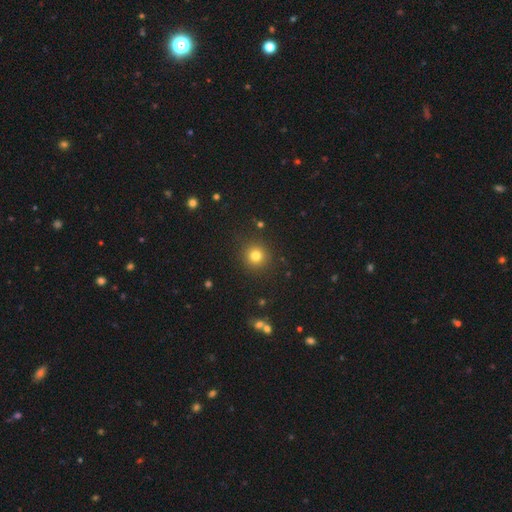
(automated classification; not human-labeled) Smooth or featured? Predicted: smooth (p=0.79). How rounded? Predicted: round (p=0.93). Merging? Predicted: none (p=0.90).